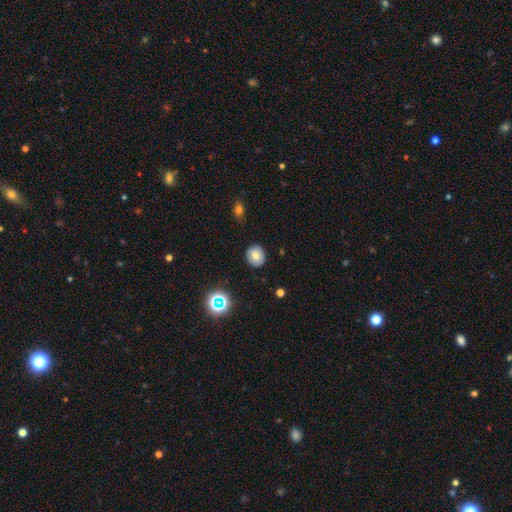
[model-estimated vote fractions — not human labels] Q: Smooth or featured?
A: smooth (74%); runner-up: featured or disk (13%)
Q: How rounded?
A: round (83%); runner-up: in between (17%)
Q: Merging?
A: none (87%); runner-up: minor disturbance (9%)